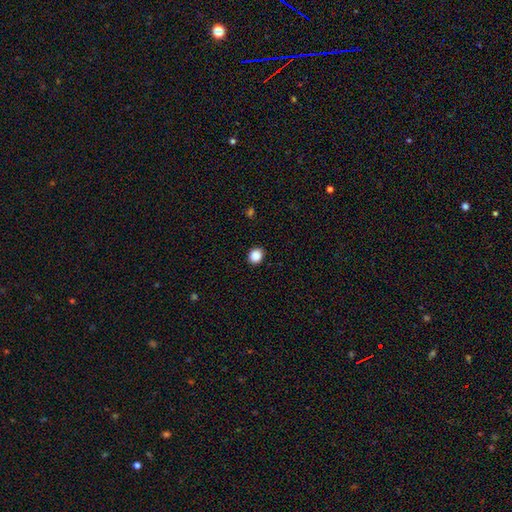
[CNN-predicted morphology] smooth_or_featured: smooth (p=0.88) [alt: star or artifact p=0.10]
how_rounded: round (p=0.73) [alt: in between p=0.26]
merging: none (p=0.90) [alt: minor disturbance p=0.07]